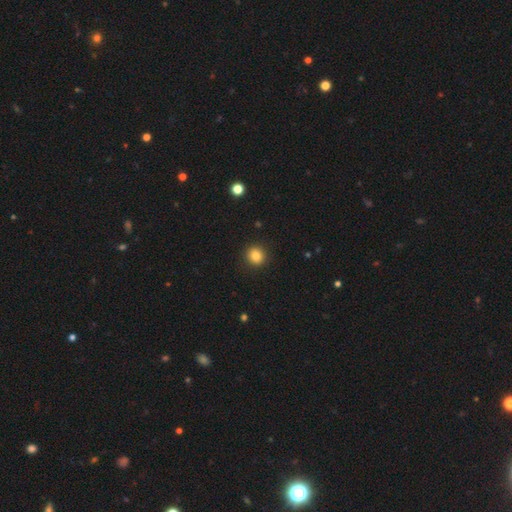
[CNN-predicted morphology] Smooth or featured: smooth — 84% (star or artifact — 11%)
How rounded: round — 90% (in between — 9%)
Merging: none — 92% (minor disturbance — 5%)